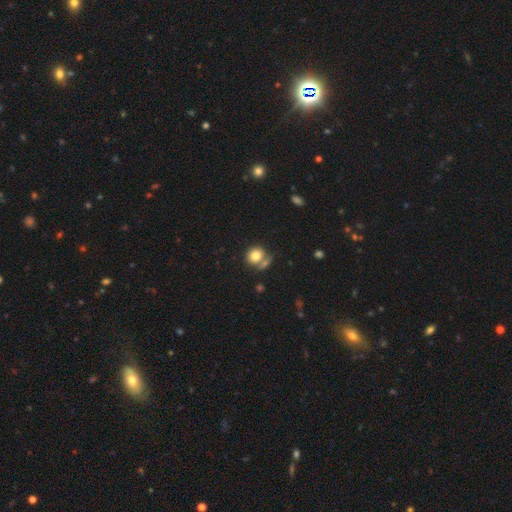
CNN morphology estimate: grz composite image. It shows a smooth galaxy with no disk features (79%) that is round (74%). Merging: none (53%).